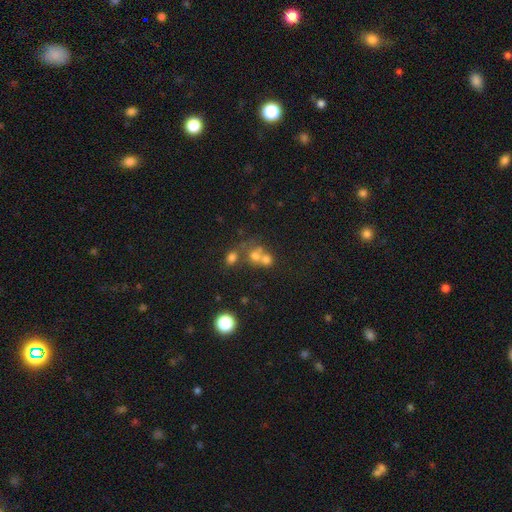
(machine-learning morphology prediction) smooth_or_featured: smooth (p=0.60) [alt: featured or disk p=0.20]
how_rounded: round (p=0.71) [alt: in between p=0.27]
merging: merger (p=0.57) [alt: none p=0.30]